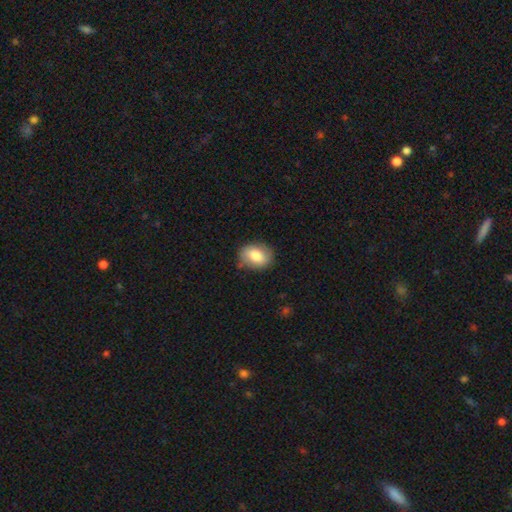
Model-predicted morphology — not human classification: This is clearly a smooth galaxy (80%). How rounded: likely in between (69%). Merging: likely none (77%).